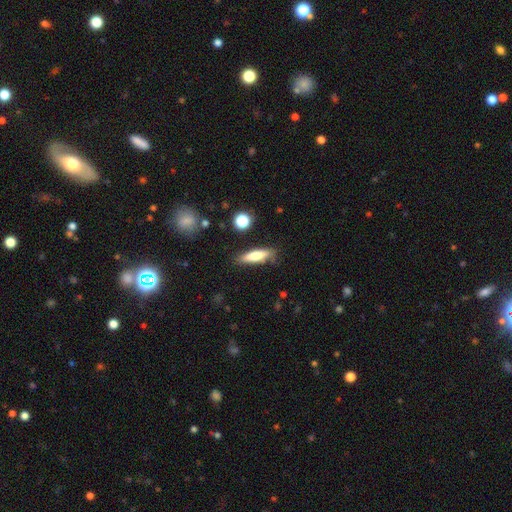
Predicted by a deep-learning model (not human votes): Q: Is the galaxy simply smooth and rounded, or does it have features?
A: smooth — 70%.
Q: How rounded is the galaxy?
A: cigar-shaped — 70%.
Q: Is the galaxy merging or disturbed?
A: none — 79%.